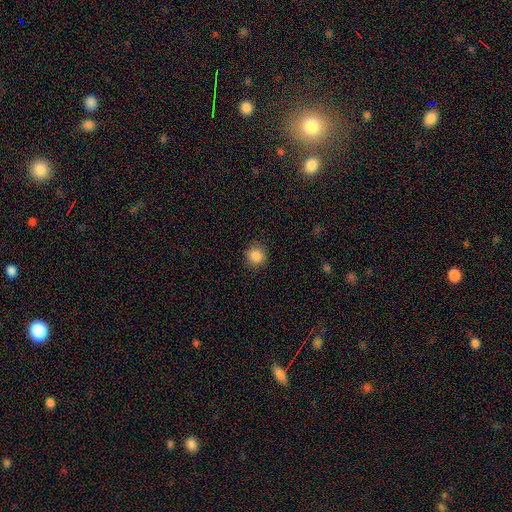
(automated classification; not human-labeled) A smooth galaxy with no disk features (87%) that is round (92%).

Vote fractions:
- Smooth or featured? smooth: 87% / star or artifact: 10% / featured or disk: 3%
- How rounded? round: 92% / in between: 7% / cigar-shaped: 1%
- Merging? none: 90% / minor disturbance: 6% / major disturbance: 2% / merger: 1%